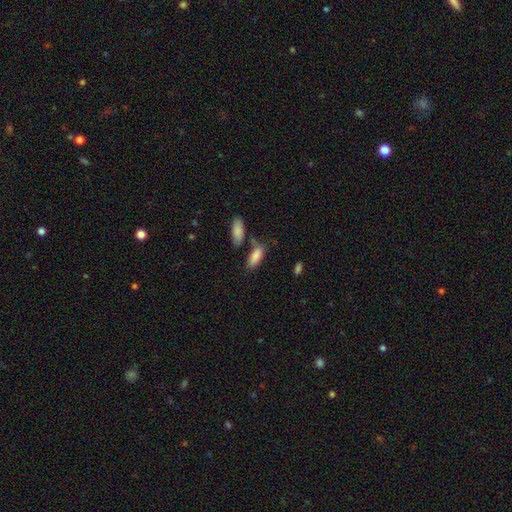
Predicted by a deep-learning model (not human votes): A smooth galaxy with no disk features (85%) that is in between round and cigar-shaped (75%).

Vote fractions:
- Smooth or featured? smooth: 85% / featured or disk: 8% / star or artifact: 7%
- How rounded? in between: 75% / cigar-shaped: 23% / round: 2%
- Merging? none: 60% / merger: 21% / minor disturbance: 15% / major disturbance: 5%